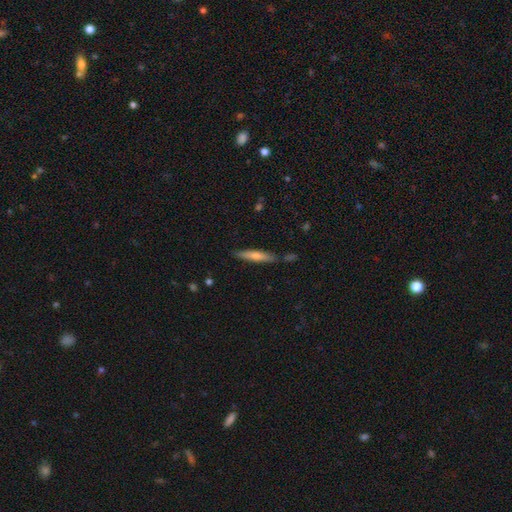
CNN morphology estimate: Smooth or featured? smooth (63%)
How rounded? cigar-shaped (89%)
Merging? none (80%)